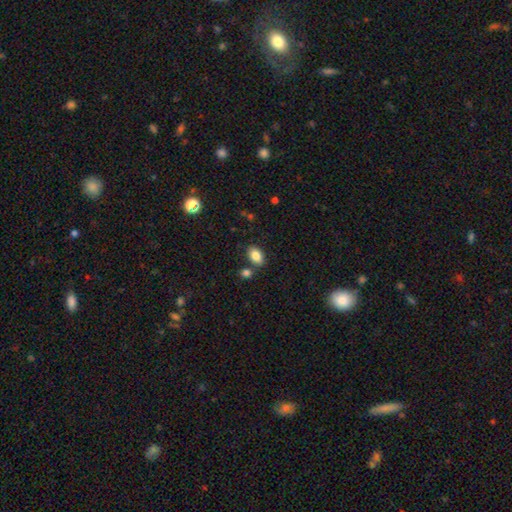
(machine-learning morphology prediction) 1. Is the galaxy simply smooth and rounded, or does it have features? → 85% smooth, 8% star or artifact, 7% featured or disk.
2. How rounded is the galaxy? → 88% in between, 10% round, 1% cigar-shaped.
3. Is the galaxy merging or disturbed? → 76% none, 11% merger, 10% minor disturbance, 3% major disturbance.